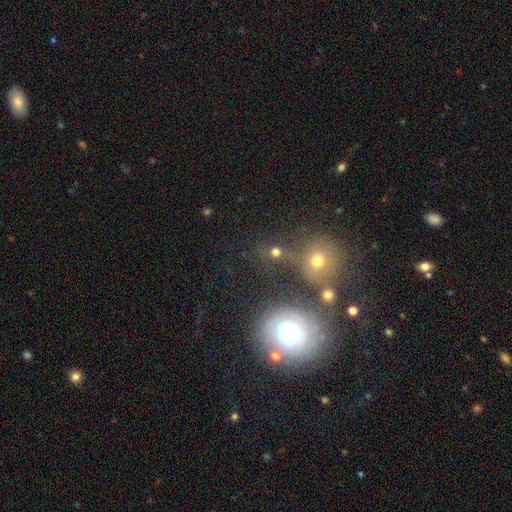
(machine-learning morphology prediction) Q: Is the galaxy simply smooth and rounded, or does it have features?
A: star or artifact — 49%.